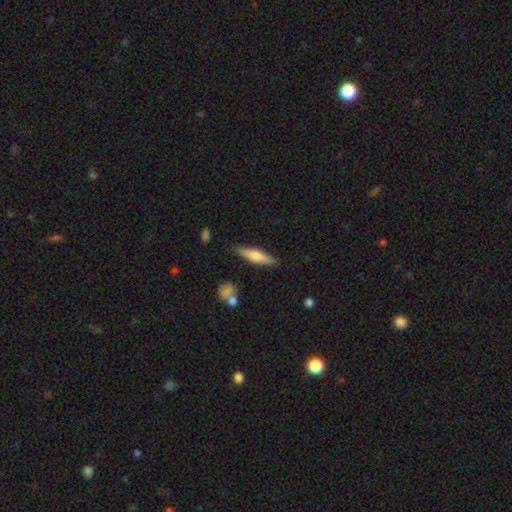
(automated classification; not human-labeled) smooth 57%, featured or disk 37%, star or artifact 6%. Down the decision tree: how rounded — cigar-shaped (78%); merging — none (84%).